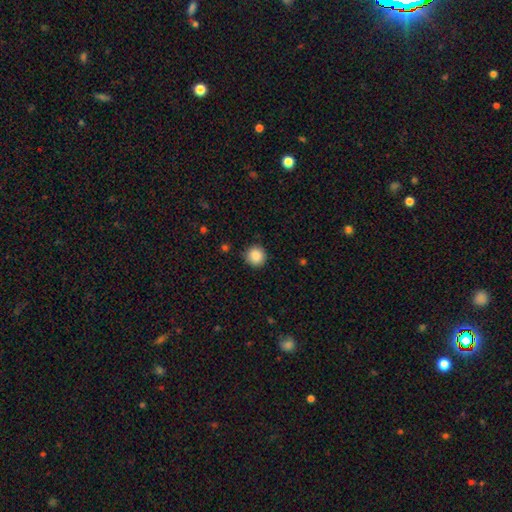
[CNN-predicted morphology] Smooth or featured? smooth (88%)
How rounded? round (94%)
Merging? none (90%)